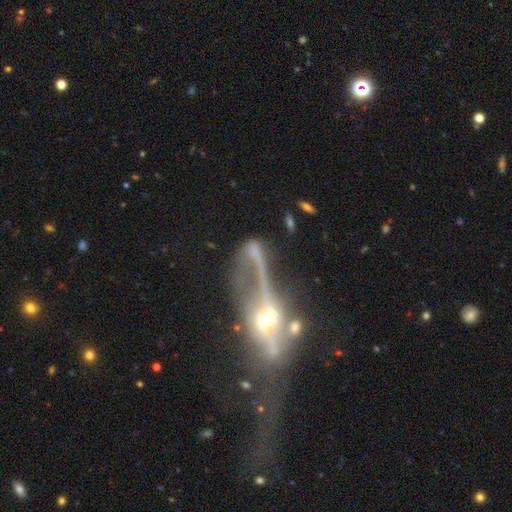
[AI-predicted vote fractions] featured or disk 59%, smooth 26%, star or artifact 15%. Down the decision tree: edge-on disk — no (71%); merging — major disturbance (40%).